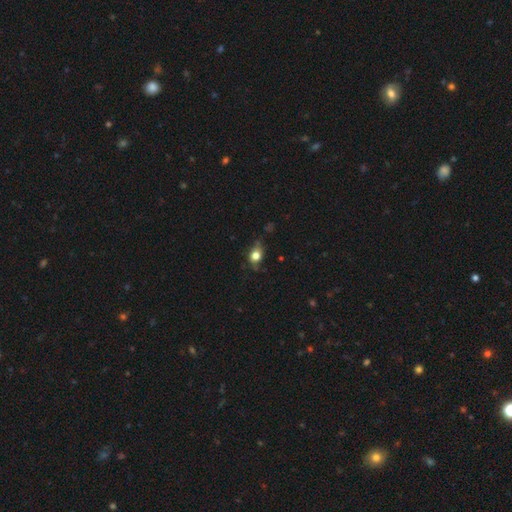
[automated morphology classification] This appears to be a smooth galaxy with no disk features (73%) that is in between round and cigar-shaped (49%). Merging: none (60%).